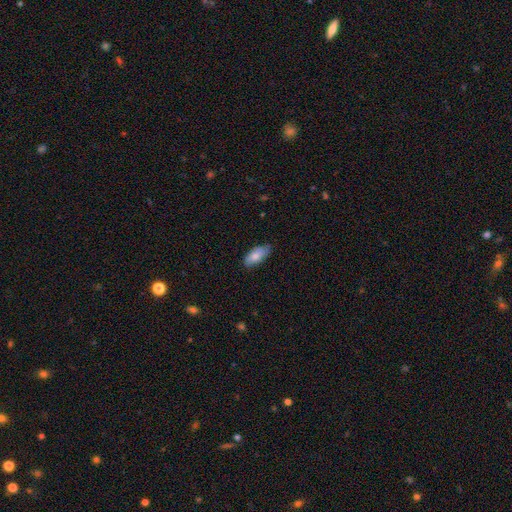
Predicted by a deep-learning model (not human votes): A smooth galaxy with no disk features (76%) that is in between round and cigar-shaped (87%).

Vote fractions:
- Smooth or featured? smooth: 76% / featured or disk: 18% / star or artifact: 6%
- How rounded? in between: 87% / cigar-shaped: 11% / round: 2%
- Merging? none: 76% / minor disturbance: 20% / major disturbance: 3% / merger: 1%